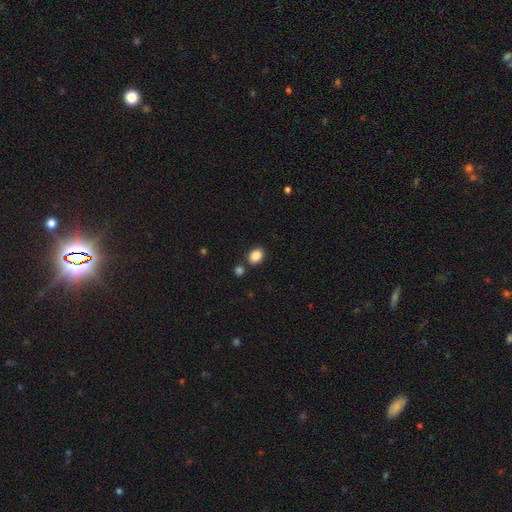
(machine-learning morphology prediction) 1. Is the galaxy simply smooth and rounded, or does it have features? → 87% smooth, 9% star or artifact, 4% featured or disk.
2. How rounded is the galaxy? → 60% in between, 39% round, 1% cigar-shaped.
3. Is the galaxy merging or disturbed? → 78% none, 10% minor disturbance, 9% merger, 3% major disturbance.